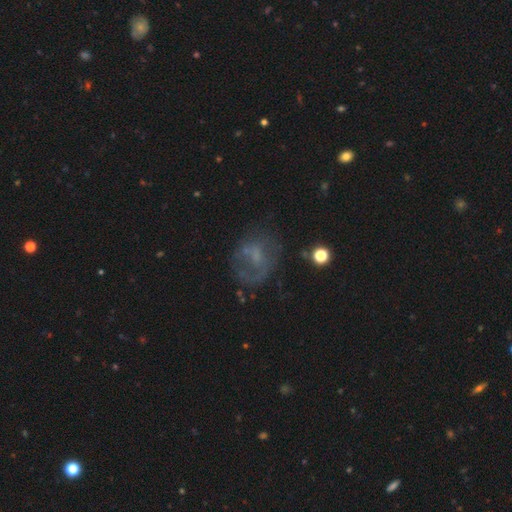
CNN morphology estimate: Smooth or featured?
  - featured or disk: 48% *
  - smooth: 33%
  - star or artifact: 19%
Merging?
  - none: 46% *
  - major disturbance: 29%
  - minor disturbance: 21%
  - merger: 4%